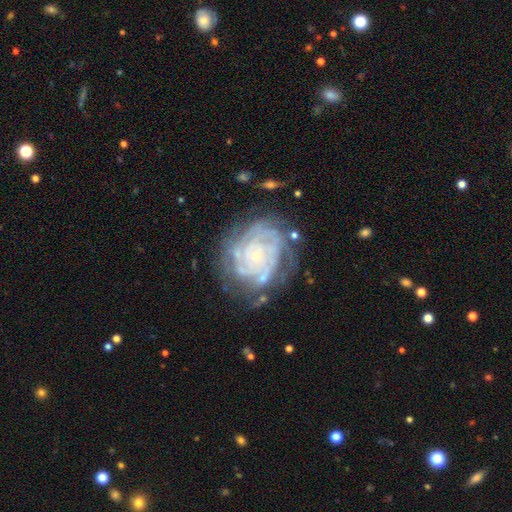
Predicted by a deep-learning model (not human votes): Smooth or featured? featured or disk (86%)
Edge-on disk? no (98%)
Bar? no (81%)
Spiral arms? yes (95%)
Spiral winding? tight (80%)
Spiral arm count? can't tell (34%)
Bulge size? small (85%)
Merging? none (67%)